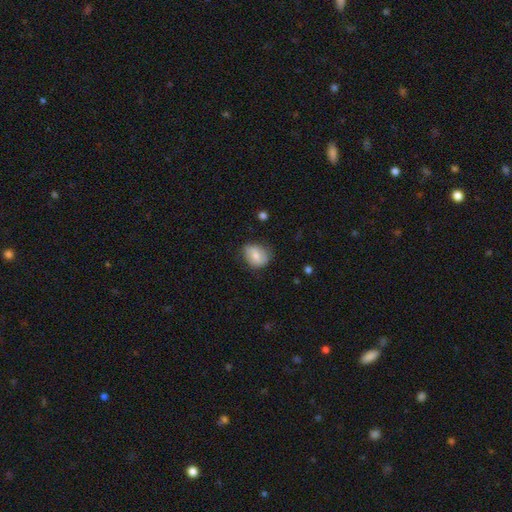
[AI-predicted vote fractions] A smooth galaxy with no disk features (68%) that is in between round and cigar-shaped (51%).

Vote fractions:
- Smooth or featured? smooth: 68% / featured or disk: 25% / star or artifact: 7%
- How rounded? in between: 51% / round: 47% / cigar-shaped: 1%
- Merging? none: 68% / minor disturbance: 25% / major disturbance: 6% / merger: 1%